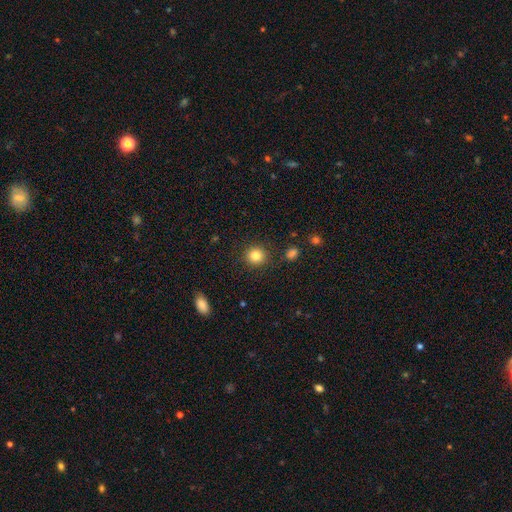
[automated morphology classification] Smooth or featured: smooth — 83% (star or artifact — 11%)
How rounded: round — 90% (in between — 10%)
Merging: none — 89% (minor disturbance — 7%)